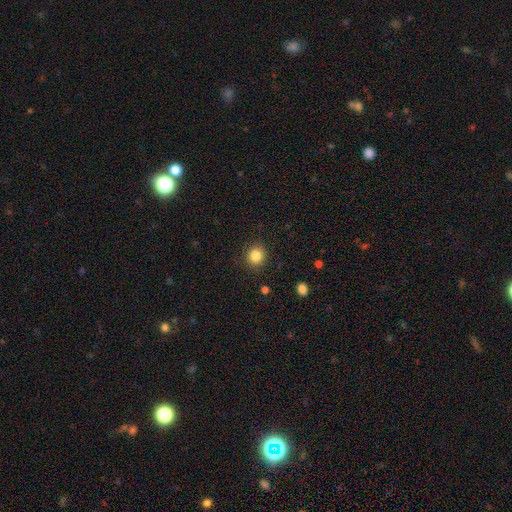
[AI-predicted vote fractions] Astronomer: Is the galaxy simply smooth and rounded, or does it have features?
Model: smooth — 84%.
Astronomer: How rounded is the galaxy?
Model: round — 86%.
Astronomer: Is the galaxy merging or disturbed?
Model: none — 90%.